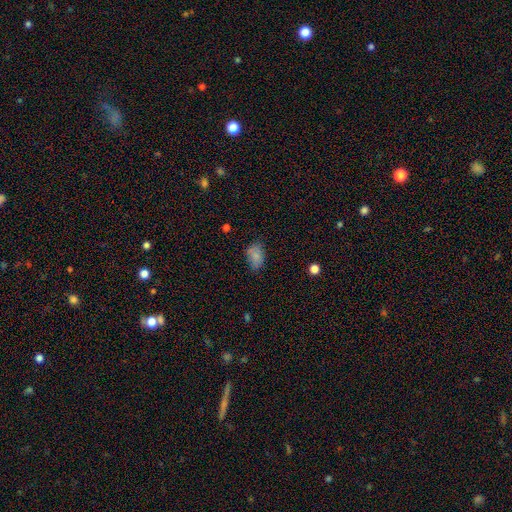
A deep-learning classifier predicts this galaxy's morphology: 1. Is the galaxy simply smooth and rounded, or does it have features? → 80% smooth, 11% star or artifact, 9% featured or disk.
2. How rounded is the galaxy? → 88% in between, 10% round, 2% cigar-shaped.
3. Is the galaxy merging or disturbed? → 68% none, 23% minor disturbance, 6% major disturbance, 2% merger.